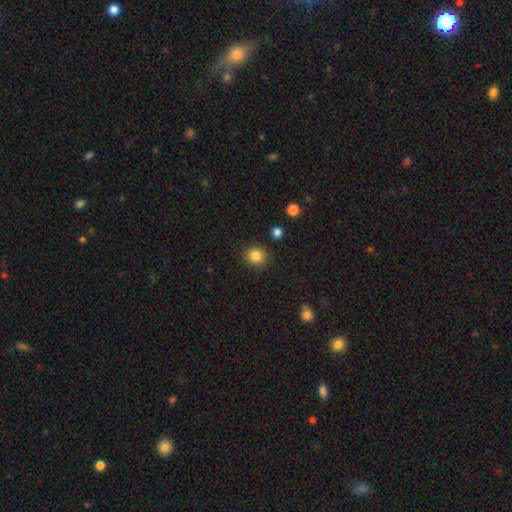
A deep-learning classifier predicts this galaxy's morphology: Smooth or featured? Predicted: smooth (p=0.84). How rounded? Predicted: round (p=0.89). Merging? Predicted: none (p=0.89).